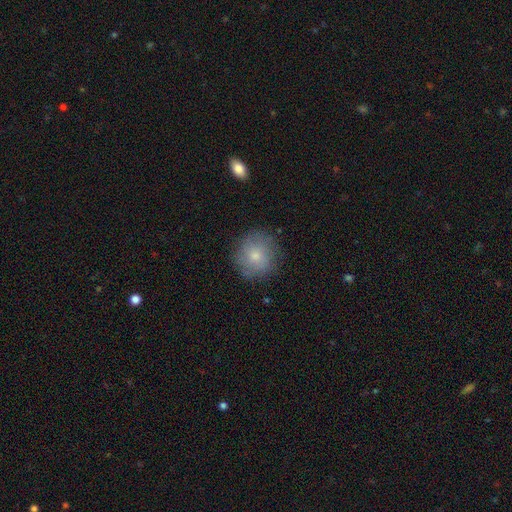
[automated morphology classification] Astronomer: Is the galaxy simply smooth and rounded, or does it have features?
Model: smooth — 72%.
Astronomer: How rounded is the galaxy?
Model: round — 89%.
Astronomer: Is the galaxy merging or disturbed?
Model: none — 80%.